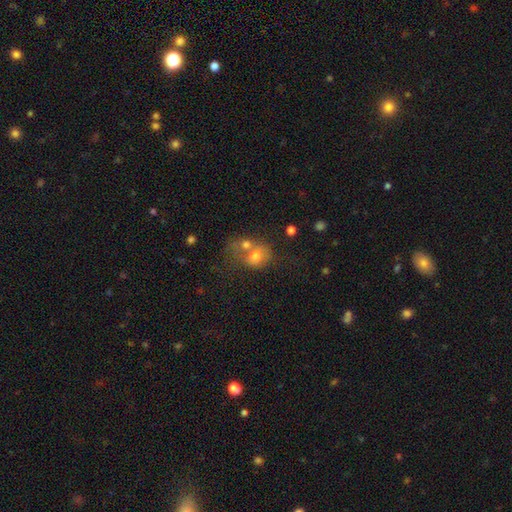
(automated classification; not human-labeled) Smooth or featured?
  - smooth: 66% *
  - featured or disk: 21%
  - star or artifact: 13%
How rounded?
  - round: 59% *
  - in between: 40%
  - cigar-shaped: 1%
Merging?
  - merger: 60% *
  - none: 23%
  - minor disturbance: 9%
  - major disturbance: 7%